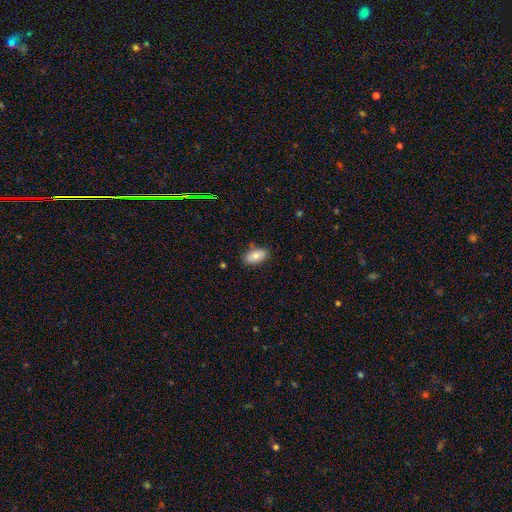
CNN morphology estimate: smooth-or-featured: smooth: 81% | featured or disk: 12% | star or artifact: 8%
  how-rounded: in between: 92% | round: 4% | cigar-shaped: 3%
  merging: none: 82% | minor disturbance: 14% | major disturbance: 2% | merger: 2%